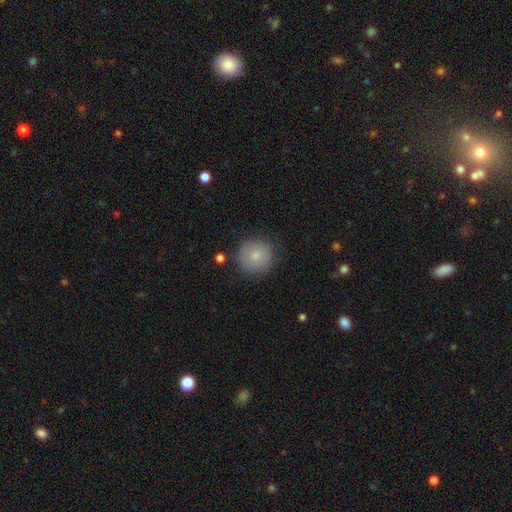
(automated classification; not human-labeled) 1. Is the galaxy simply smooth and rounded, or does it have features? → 78% smooth, 13% featured or disk, 8% star or artifact.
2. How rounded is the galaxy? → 93% round, 6% in between, 1% cigar-shaped.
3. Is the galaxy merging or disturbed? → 82% none, 13% minor disturbance, 3% major disturbance, 2% merger.